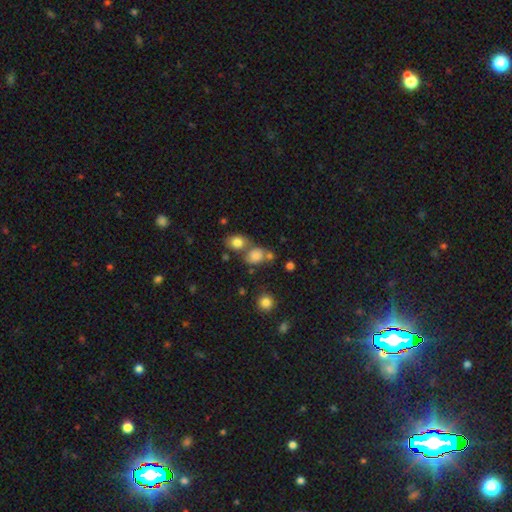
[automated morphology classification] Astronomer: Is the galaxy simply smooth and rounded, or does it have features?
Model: smooth — 78%.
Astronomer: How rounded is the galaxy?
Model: in between — 49%, tied with round at 49%.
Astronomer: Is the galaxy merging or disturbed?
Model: none — 45% (runner-up: merger, 34%).